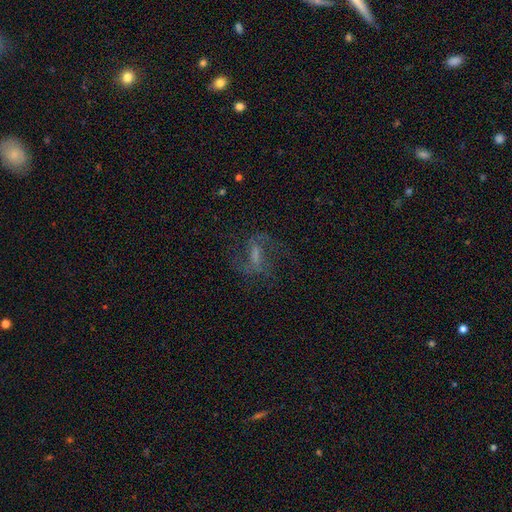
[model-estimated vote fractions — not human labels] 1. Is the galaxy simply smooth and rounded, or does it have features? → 68% featured or disk, 17% smooth, 15% star or artifact.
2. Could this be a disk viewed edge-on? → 94% no, 6% yes.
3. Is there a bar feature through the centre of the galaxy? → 43% weak, 41% strong, 15% no.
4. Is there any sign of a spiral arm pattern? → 86% yes, 14% no.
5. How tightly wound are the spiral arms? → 45% medium, 43% loose, 12% tight.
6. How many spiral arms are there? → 84% 2, 9% can't tell, 3% 1, 2% 3, 1% 4, 1% more than 4.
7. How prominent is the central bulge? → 34% none, 28% small, 28% moderate, 8% large, 2% dominant.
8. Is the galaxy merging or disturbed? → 67% none, 17% major disturbance, 15% minor disturbance, 2% merger.